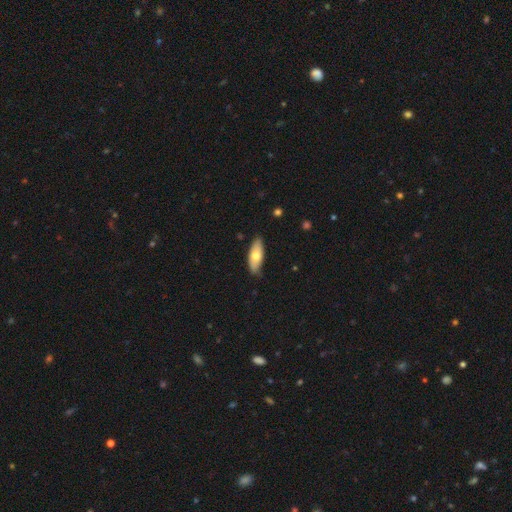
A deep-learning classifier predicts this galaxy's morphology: smooth 68%, featured or disk 27%, star or artifact 6%. Down the decision tree: how rounded — in between (78%); merging — none (78%).